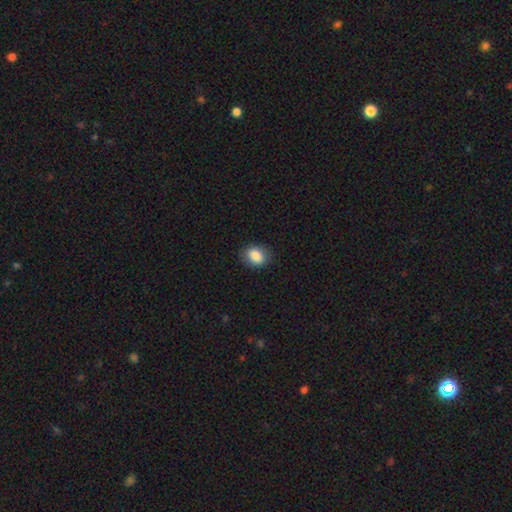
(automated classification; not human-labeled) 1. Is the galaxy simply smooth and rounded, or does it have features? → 87% smooth, 8% star or artifact, 5% featured or disk.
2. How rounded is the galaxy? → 62% in between, 37% round, 1% cigar-shaped.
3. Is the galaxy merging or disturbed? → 84% none, 12% minor disturbance, 3% major disturbance, 1% merger.